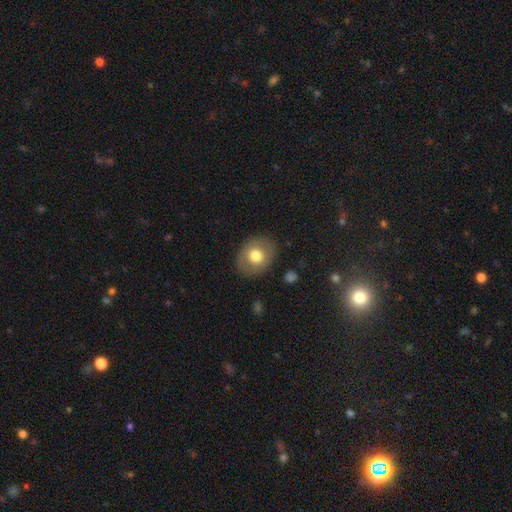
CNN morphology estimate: Smooth or featured: smooth — 68% (featured or disk — 25%)
How rounded: round — 53% (in between — 46%)
Merging: none — 85% (minor disturbance — 10%)